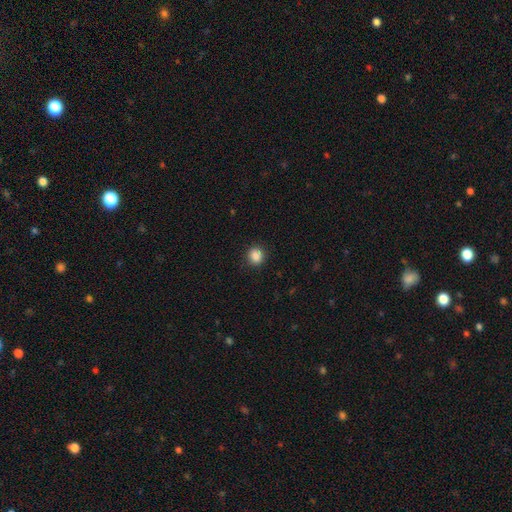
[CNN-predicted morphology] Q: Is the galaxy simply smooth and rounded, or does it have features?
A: smooth — 87%.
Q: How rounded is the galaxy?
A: round — 82%.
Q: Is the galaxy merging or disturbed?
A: none — 89%.